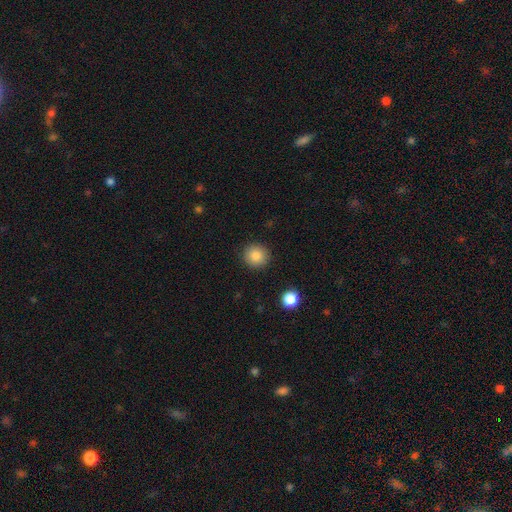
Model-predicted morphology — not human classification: The model was most divided on "smooth or featured": smooth: 86%, star or artifact: 10%, featured or disk: 5%. More confident: how rounded — round (91%); merging — none (90%).